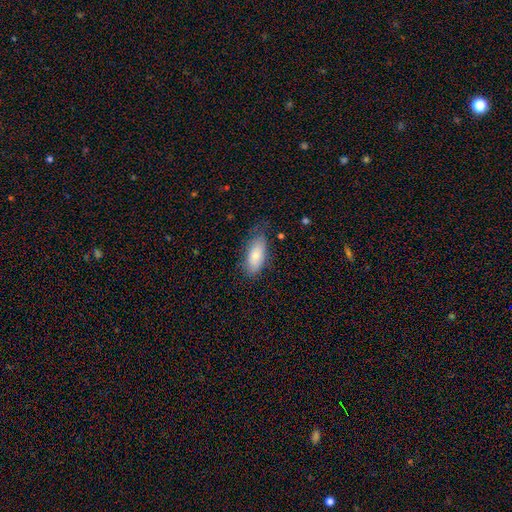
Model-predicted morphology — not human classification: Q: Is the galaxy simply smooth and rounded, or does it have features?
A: smooth — 77%.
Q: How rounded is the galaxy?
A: in between — 87%.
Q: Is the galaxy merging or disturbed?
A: none — 65%.